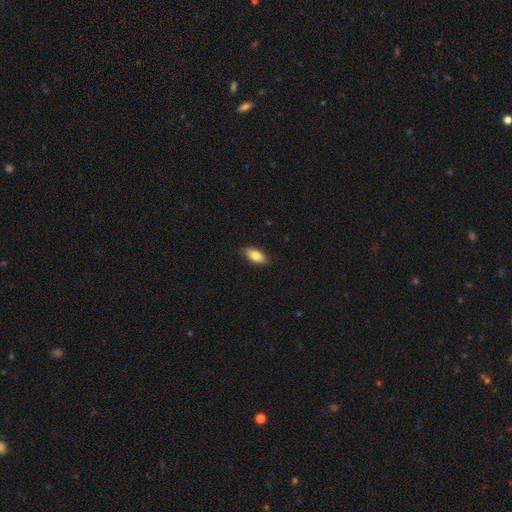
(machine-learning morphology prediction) Smooth or featured: smooth — 82% (featured or disk — 12%)
How rounded: in between — 89% (cigar-shaped — 7%)
Merging: none — 89% (minor disturbance — 8%)